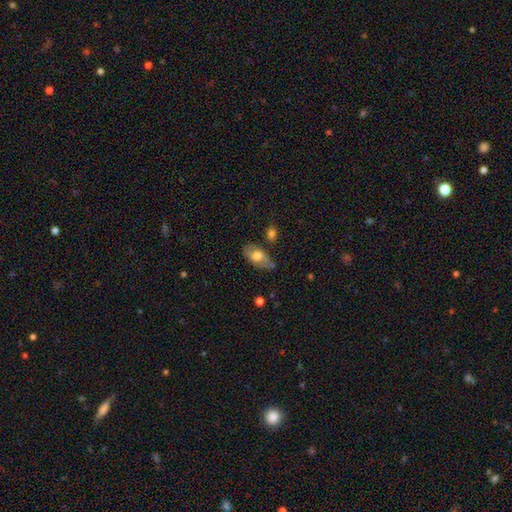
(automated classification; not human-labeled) This appears to be a smooth galaxy with no disk features (60%) that is in between round and cigar-shaped (91%). Merging: none (67%).